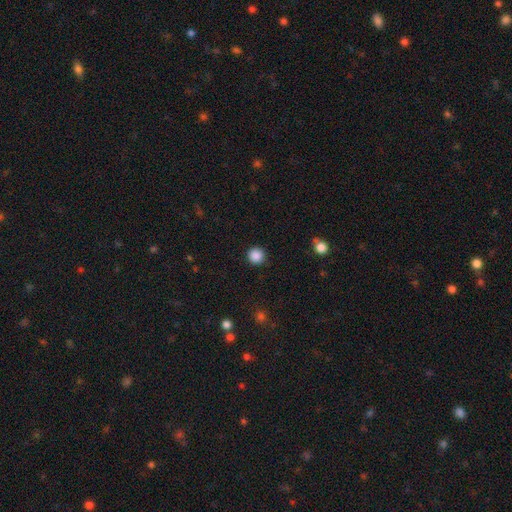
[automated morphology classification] Smooth or featured? Predicted: smooth (p=0.88). How rounded? Predicted: round (p=0.95). Merging? Predicted: none (p=0.91).